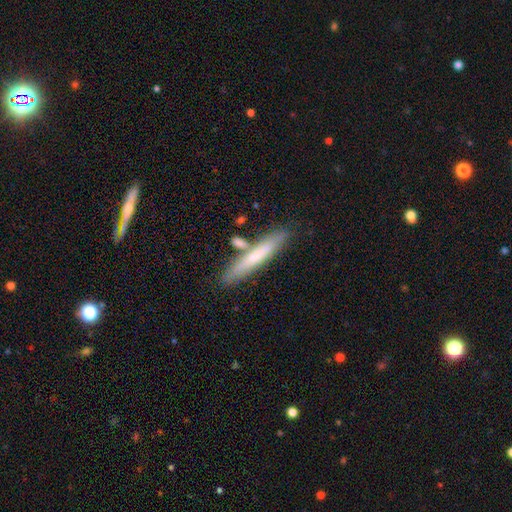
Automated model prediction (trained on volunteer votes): The model was most divided on "smooth or featured": smooth: 62%, featured or disk: 31%, star or artifact: 6%. More confident: how rounded — cigar-shaped (92%); merging — none (73%).